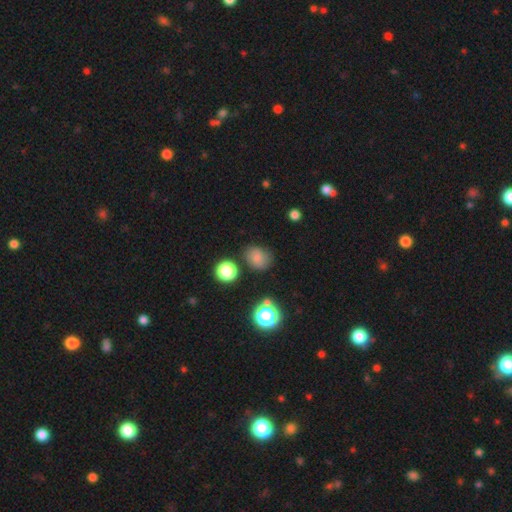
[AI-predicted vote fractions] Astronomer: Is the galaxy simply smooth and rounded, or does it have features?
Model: smooth — 71%.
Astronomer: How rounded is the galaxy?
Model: round — 62% (runner-up: in between, 37%).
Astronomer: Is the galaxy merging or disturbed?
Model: none — 67%.